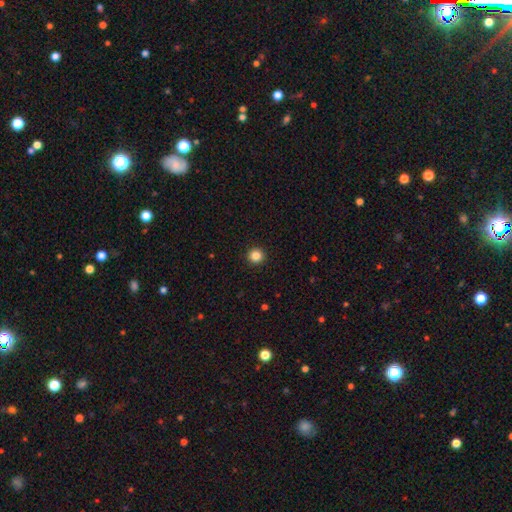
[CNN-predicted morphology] The model was most divided on "smooth or featured": smooth: 85%, star or artifact: 11%, featured or disk: 4%. More confident: how rounded — round (95%); merging — none (94%).